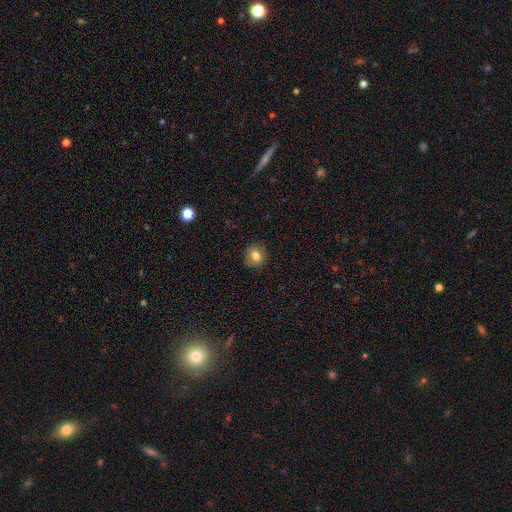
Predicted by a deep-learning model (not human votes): Smooth or featured?
  - smooth: 78% *
  - featured or disk: 11%
  - star or artifact: 10%
How rounded?
  - round: 76% *
  - in between: 23%
  - cigar-shaped: 1%
Merging?
  - none: 86% *
  - minor disturbance: 10%
  - major disturbance: 2%
  - merger: 1%